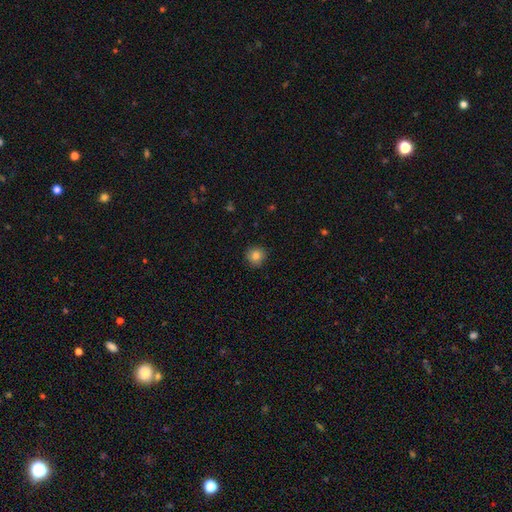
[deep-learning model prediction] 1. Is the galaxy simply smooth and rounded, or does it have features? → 84% smooth, 11% star or artifact, 5% featured or disk.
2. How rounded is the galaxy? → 92% round, 7% in between, 1% cigar-shaped.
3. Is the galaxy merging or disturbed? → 88% none, 9% minor disturbance, 2% major disturbance, 1% merger.